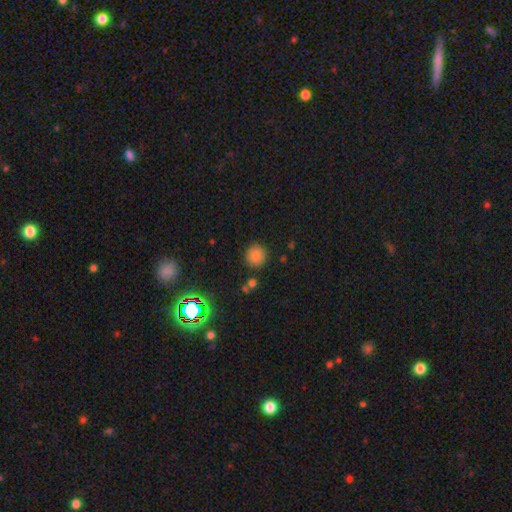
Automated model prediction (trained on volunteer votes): A smooth galaxy with no disk features (82%) that is round (92%).

Vote fractions:
- Smooth or featured? smooth: 82% / star or artifact: 13% / featured or disk: 5%
- How rounded? round: 92% / in between: 7% / cigar-shaped: 1%
- Merging? none: 86% / minor disturbance: 8% / merger: 3% / major disturbance: 3%